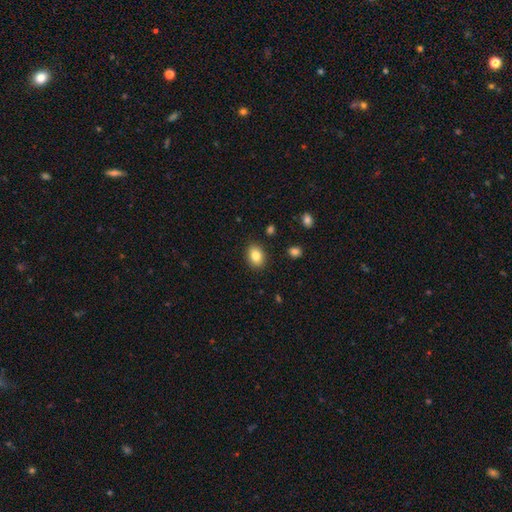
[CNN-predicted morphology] Smooth or featured? Predicted: smooth (p=0.84). How rounded? Predicted: in between (p=0.71). Merging? Predicted: none (p=0.88).